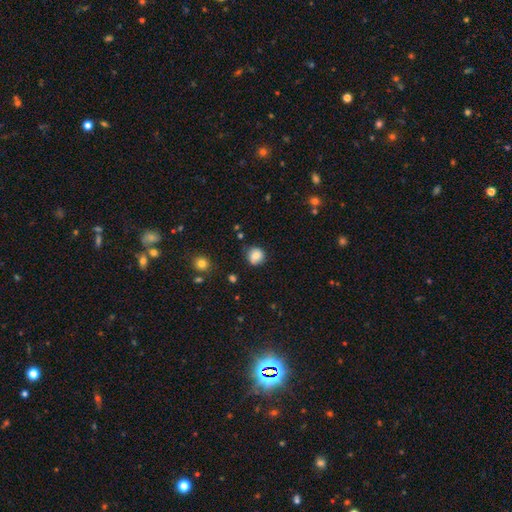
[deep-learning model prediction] Smooth or featured: smooth — 81% (star or artifact — 10%)
How rounded: round — 88% (in between — 11%)
Merging: none — 75% (minor disturbance — 18%)